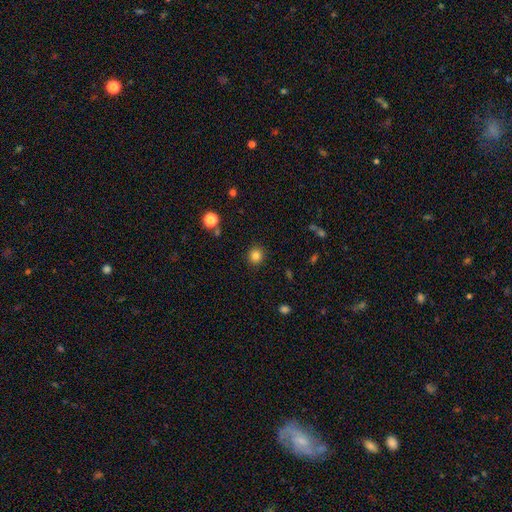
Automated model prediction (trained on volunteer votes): Smooth or featured?
  - smooth: 83% *
  - star or artifact: 12%
  - featured or disk: 5%
How rounded?
  - round: 92% *
  - in between: 7%
  - cigar-shaped: 1%
Merging?
  - none: 90% *
  - minor disturbance: 6%
  - major disturbance: 2%
  - merger: 1%